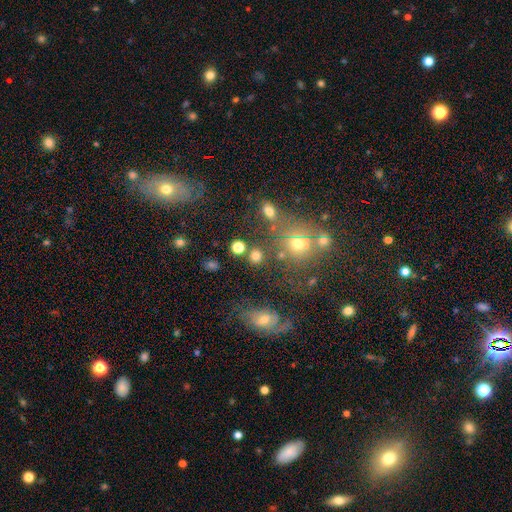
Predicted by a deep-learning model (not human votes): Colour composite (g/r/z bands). It shows a smooth galaxy with no disk features (75%) that is round (84%). Merging: none (71%).